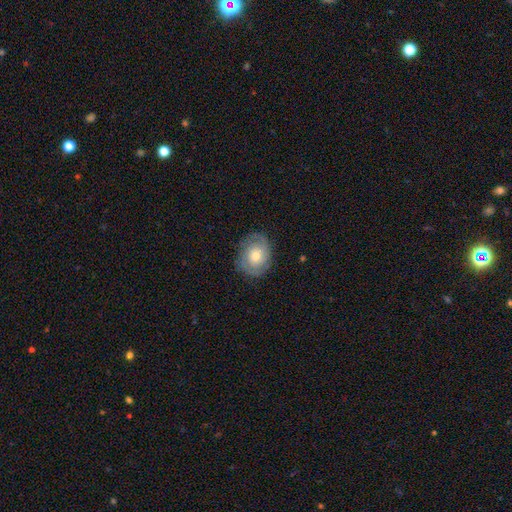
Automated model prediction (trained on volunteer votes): Q: Smooth or featured?
A: featured or disk (61%); runner-up: smooth (32%)
Q: Edge-on disk?
A: no (96%); runner-up: yes (4%)
Q: Bar?
A: no (77%); runner-up: weak (19%)
Q: Spiral arms?
A: yes (85%); runner-up: no (15%)
Q: Bulge size?
A: moderate (64%); runner-up: small (27%)
Q: Merging?
A: none (78%); runner-up: minor disturbance (16%)